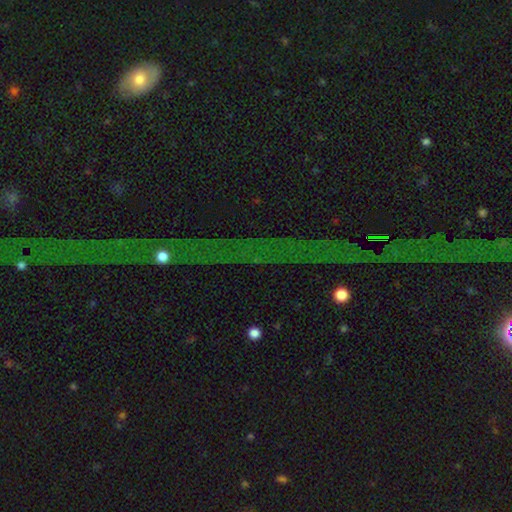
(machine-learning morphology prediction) Q: Smooth or featured?
A: star or artifact (75%); runner-up: featured or disk (13%)